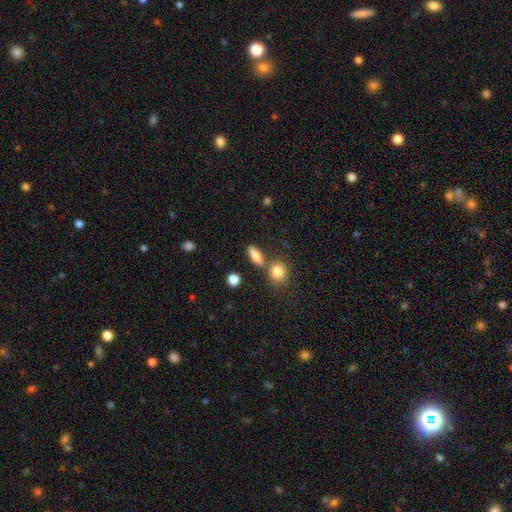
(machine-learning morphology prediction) smooth_or_featured: smooth (p=0.77) [alt: featured or disk p=0.13]
how_rounded: in between (p=0.56) [alt: cigar-shaped p=0.30]
merging: none (p=0.70) [alt: merger p=0.15]